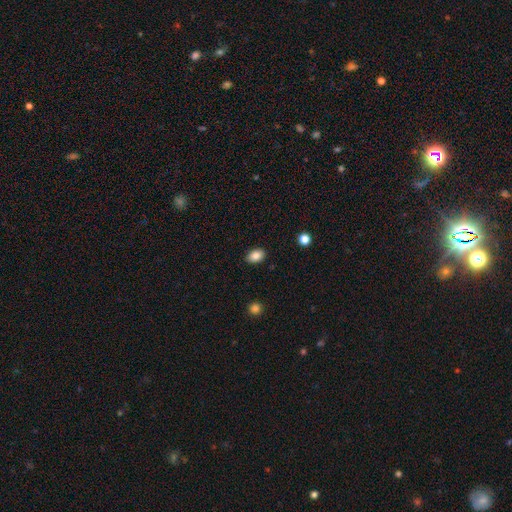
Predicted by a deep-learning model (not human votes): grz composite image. It shows a smooth galaxy with no disk features (86%) that is in between round and cigar-shaped (81%). Merging: none (88%).